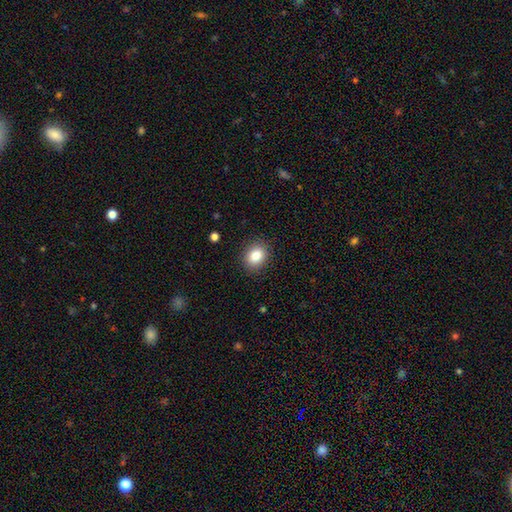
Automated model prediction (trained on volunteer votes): Morphology: type=smooth (84%); roundness=round (55%); merging=none (88%).